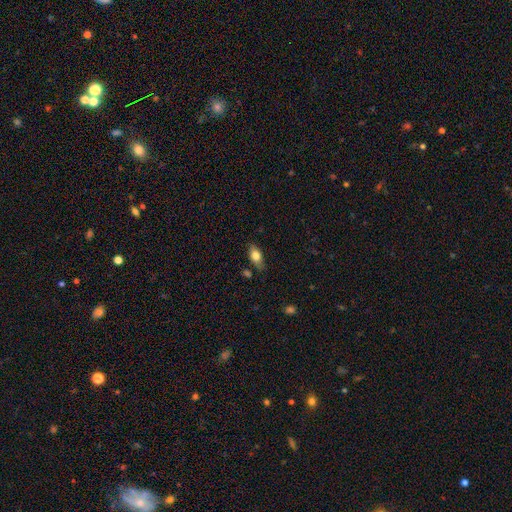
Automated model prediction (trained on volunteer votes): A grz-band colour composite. It shows a smooth galaxy with no disk features (74%) that is in between round and cigar-shaped (85%). Merging: none (80%).